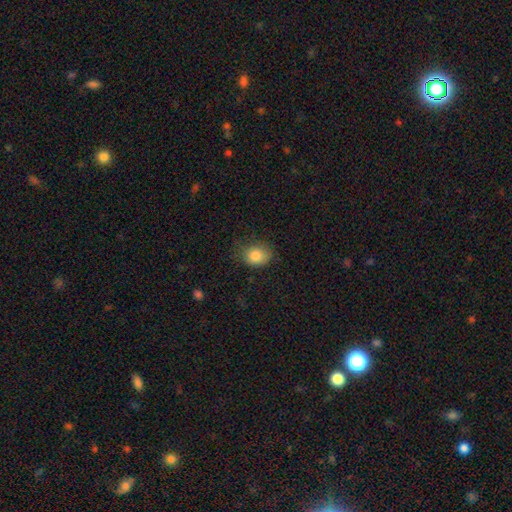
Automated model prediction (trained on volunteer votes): smooth_or_featured: smooth (p=0.84) [alt: star or artifact p=0.09]
how_rounded: round (p=0.53) [alt: in between p=0.46]
merging: none (p=0.69) [alt: minor disturbance p=0.24]